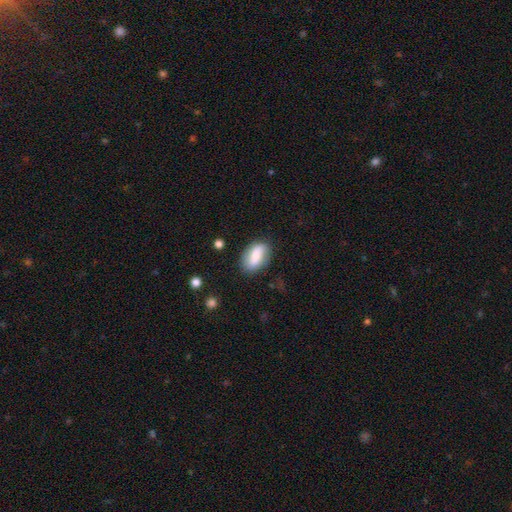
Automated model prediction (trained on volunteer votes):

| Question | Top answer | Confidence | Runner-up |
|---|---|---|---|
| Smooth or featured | smooth | 73% | featured or disk (21%) |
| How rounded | in between | 90% | round (6%) |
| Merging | none | 79% | minor disturbance (15%) |